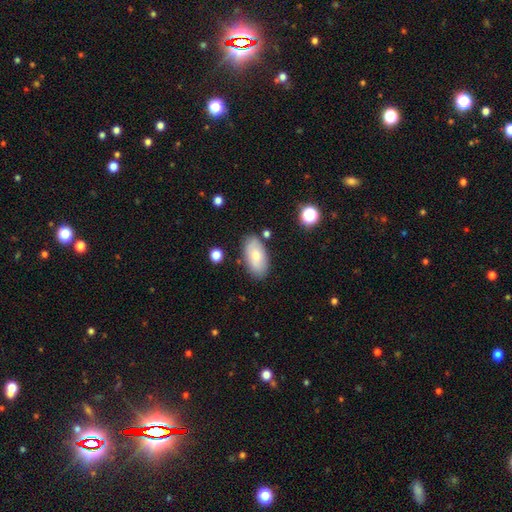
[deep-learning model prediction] A smooth galaxy with no disk features (73%) that is in between round and cigar-shaped (93%). Merging: none (80%).